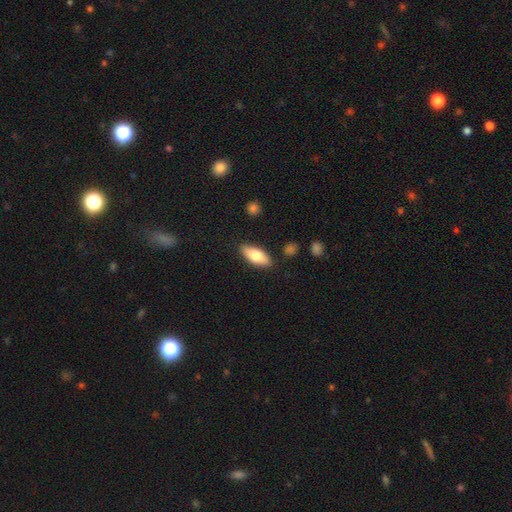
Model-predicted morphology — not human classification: smooth 73%, featured or disk 21%, star or artifact 6%. Down the decision tree: how rounded — in between (80%); merging — none (86%).